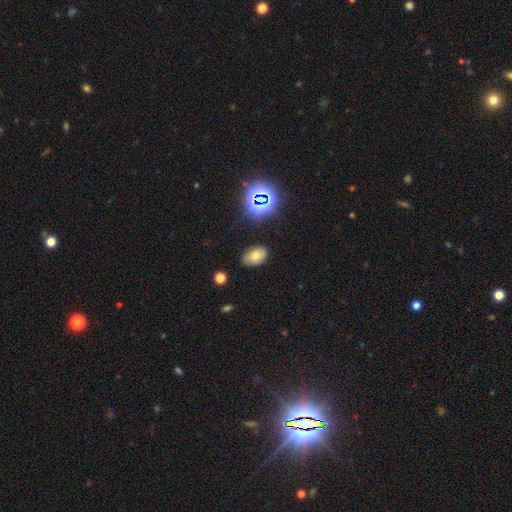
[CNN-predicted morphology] A smooth galaxy with no disk features (63%) that is in between round and cigar-shaped (87%). Merging: none (78%).